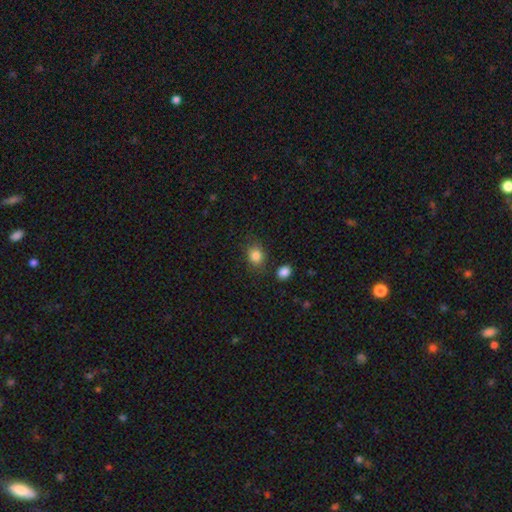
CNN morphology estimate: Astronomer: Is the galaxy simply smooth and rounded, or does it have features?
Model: smooth — 84%.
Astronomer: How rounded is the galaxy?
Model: round — 56% (runner-up: in between, 43%).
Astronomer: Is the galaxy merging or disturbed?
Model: none — 79%.